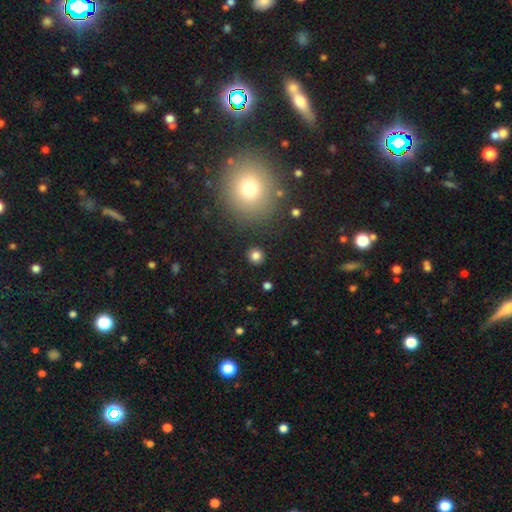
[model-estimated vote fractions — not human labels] A smooth galaxy with no disk features (82%) that is round (92%). Merging: none (91%).